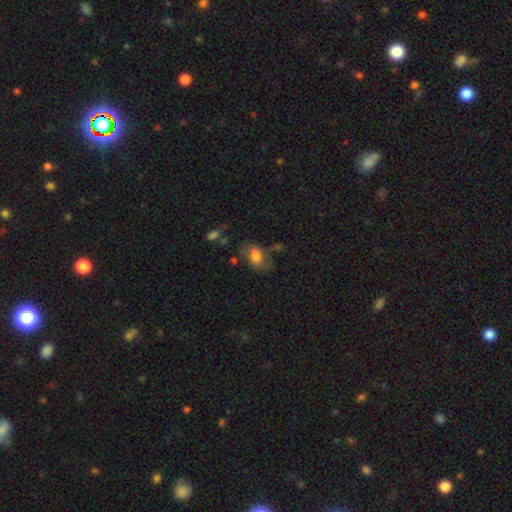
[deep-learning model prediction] This appears to be a smooth galaxy with no disk features (63%) that is in between round and cigar-shaped (86%). Merging: none (47%).